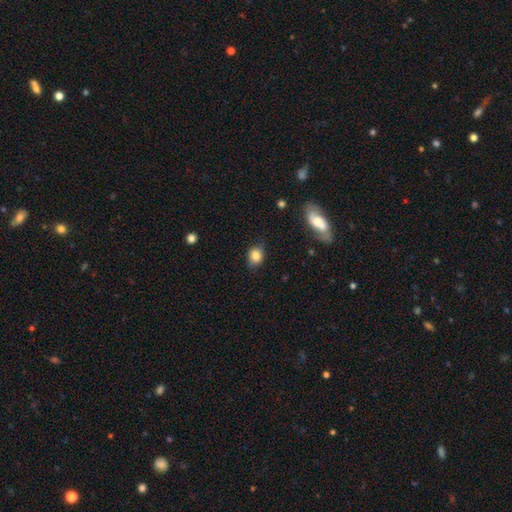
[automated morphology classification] This is clearly a smooth galaxy (81%). How rounded: possibly in between (51%). Merging: likely none (77%).